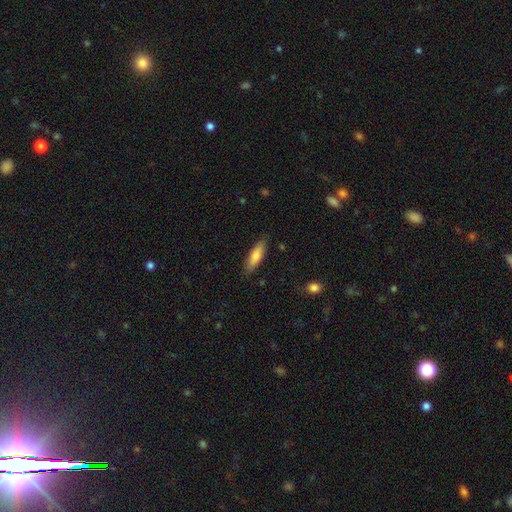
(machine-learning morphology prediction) type=smooth (78%); roundness=cigar-shaped (50%); merging=none (85%).